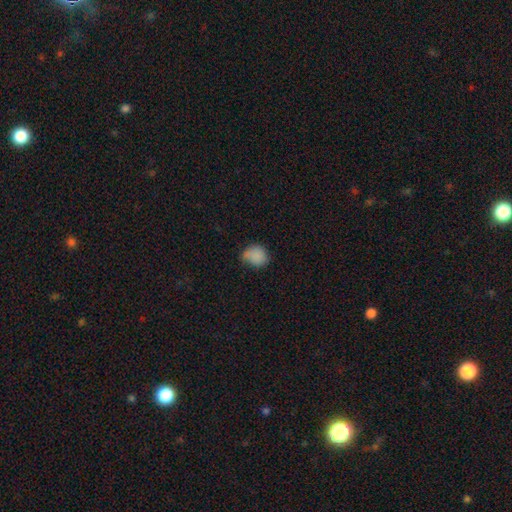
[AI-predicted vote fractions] This is clearly a smooth galaxy (84%). How rounded: likely round (66%). Merging: possibly none (52%).